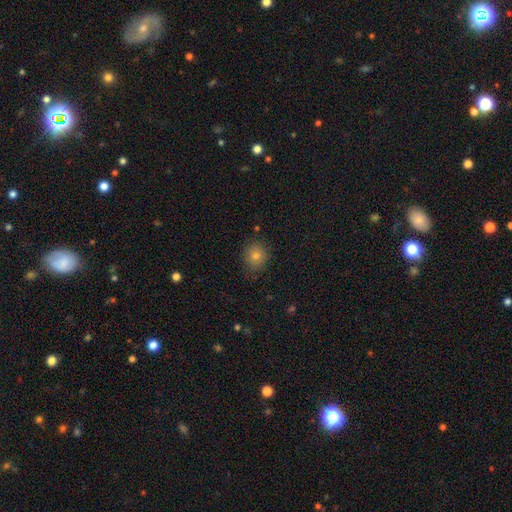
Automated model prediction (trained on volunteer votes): Smooth or featured: smooth — 75% (star or artifact — 15%)
How rounded: round — 85% (in between — 14%)
Merging: none — 84% (minor disturbance — 12%)